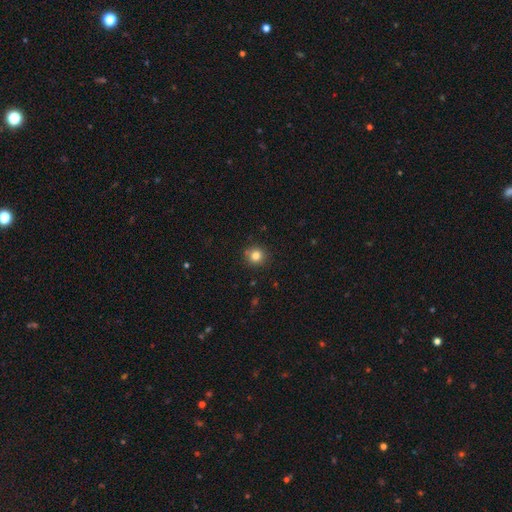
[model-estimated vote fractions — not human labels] This is clearly a smooth galaxy (82%). How rounded: clearly round (92%). Merging: clearly none (88%).